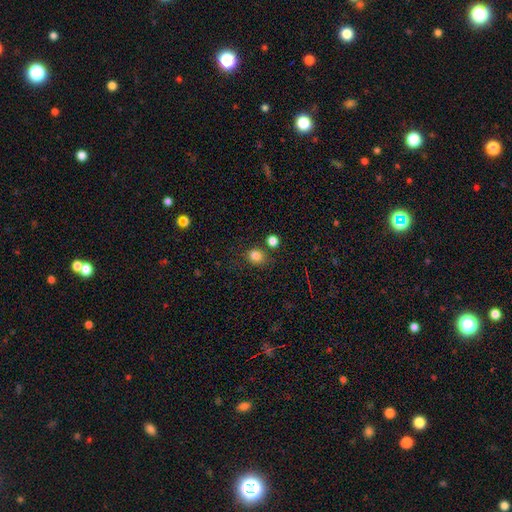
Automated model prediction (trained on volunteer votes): smooth 82%, star or artifact 13%, featured or disk 5%. Down the decision tree: how rounded — round (63%); merging — none (71%).